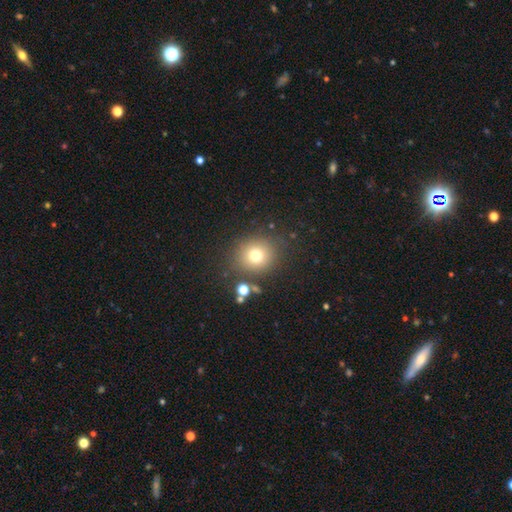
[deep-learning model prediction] The model was most divided on "smooth or featured": smooth: 75%, star or artifact: 15%, featured or disk: 10%. More confident: merging — none (82%); how rounded — round (81%).